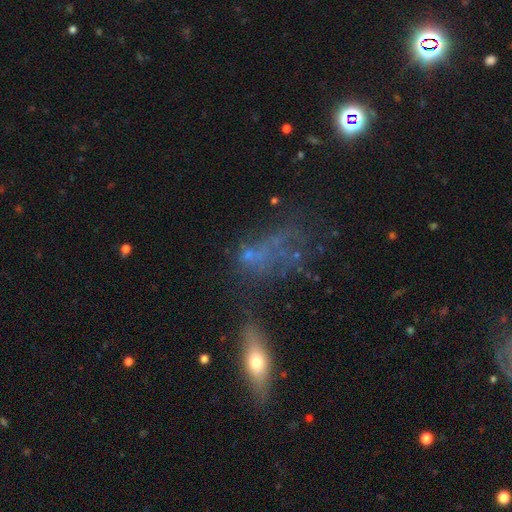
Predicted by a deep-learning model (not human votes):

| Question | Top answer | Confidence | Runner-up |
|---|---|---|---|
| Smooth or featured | smooth | 40% | featured or disk (36%) |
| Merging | major disturbance | 35% | none (32%) |